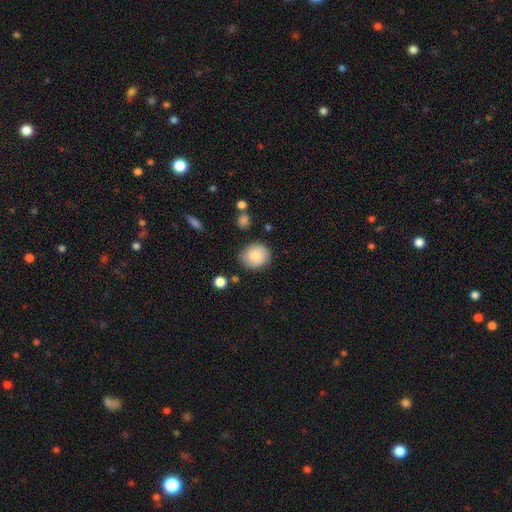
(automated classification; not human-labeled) Smooth or featured: smooth — 83% (featured or disk — 9%)
How rounded: round — 74% (in between — 26%)
Merging: none — 82% (minor disturbance — 12%)